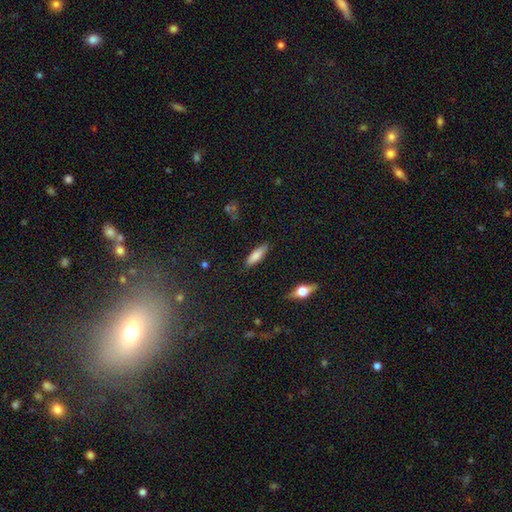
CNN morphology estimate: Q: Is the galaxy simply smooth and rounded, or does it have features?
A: smooth — 79%.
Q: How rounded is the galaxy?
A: in between — 51%.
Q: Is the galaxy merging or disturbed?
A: none — 85%.